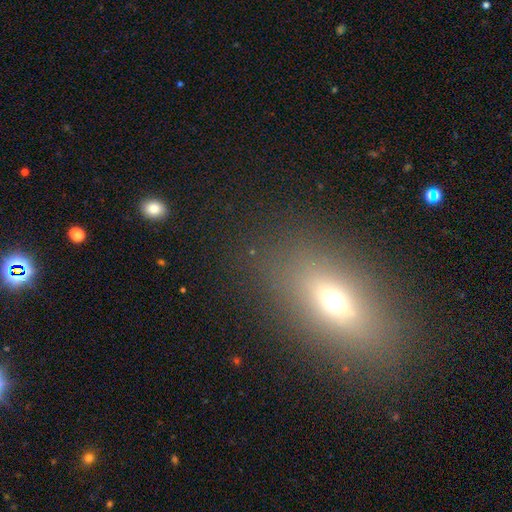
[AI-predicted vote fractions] Overall: smooth (56%; star or artifact 24%). How rounded: in between (68%). Merging: none (84%).